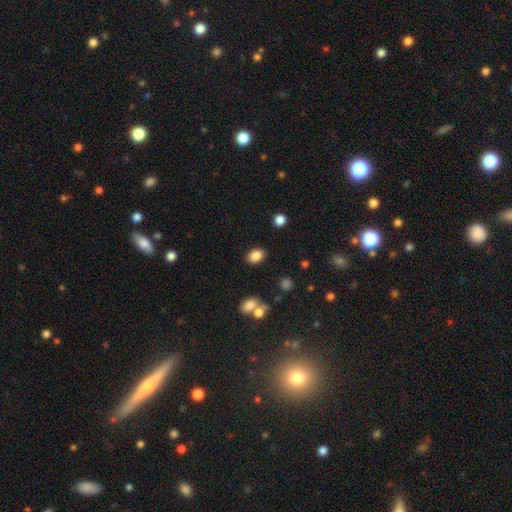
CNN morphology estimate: A smooth galaxy with no disk features (85%) that is in between round and cigar-shaped (78%). Merging: none (86%).